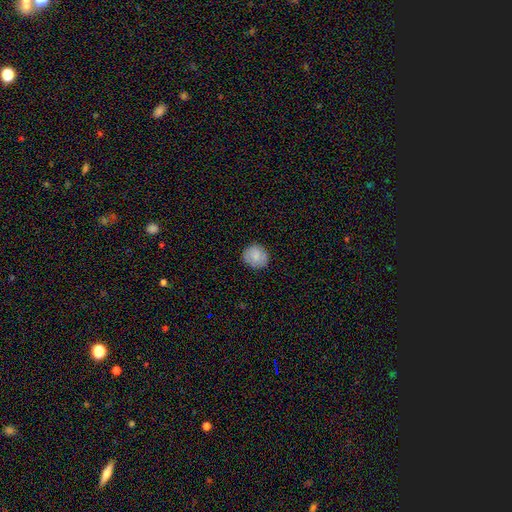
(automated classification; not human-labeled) A smooth galaxy with no disk features (80%) that is round (84%).

Vote fractions:
- Smooth or featured? smooth: 80% / featured or disk: 13% / star or artifact: 7%
- How rounded? round: 84% / in between: 15% / cigar-shaped: 1%
- Merging? none: 85% / minor disturbance: 12% / major disturbance: 3% / merger: 1%